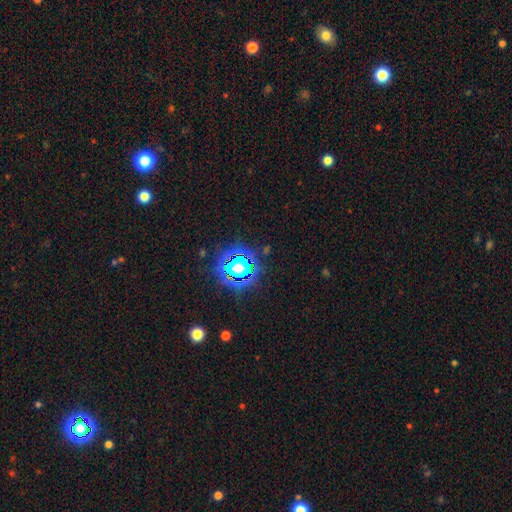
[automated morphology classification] This appears to be a star or artifact, not a galaxy (79%).